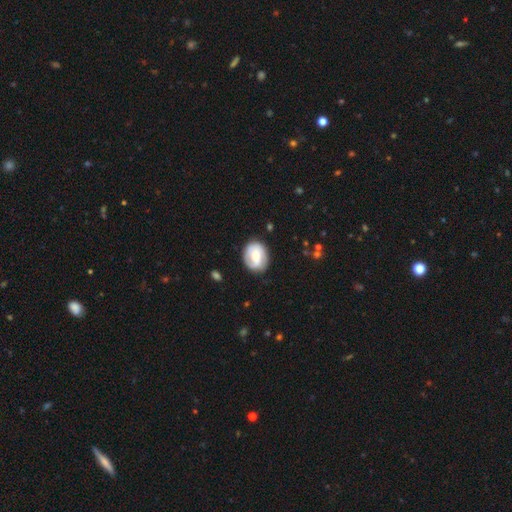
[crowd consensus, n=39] smooth-or-featured: featured or disk: 59% | smooth: 36% | star or artifact: 5%
  disk-edge-on: no: 96% | yes: 4%
    bar: no: 45% | strong: 27% | weak: 27%
    has-spiral-arms: yes: 59% | no: 41%
      spiral-winding: loose: 54% | tight: 23% | medium: 23%
      spiral-arm-count: 2: 54% | can't tell: 23% | 1: 15% | 3: 8% | 4: 0% | more than 4: 0%
    bulge-size: moderate: 50% | small: 45% | none: 5% | dominant: 0% | large: 0%
  merging: none: 70% | minor disturbance: 24% | major disturbance: 5% | merger: 0%